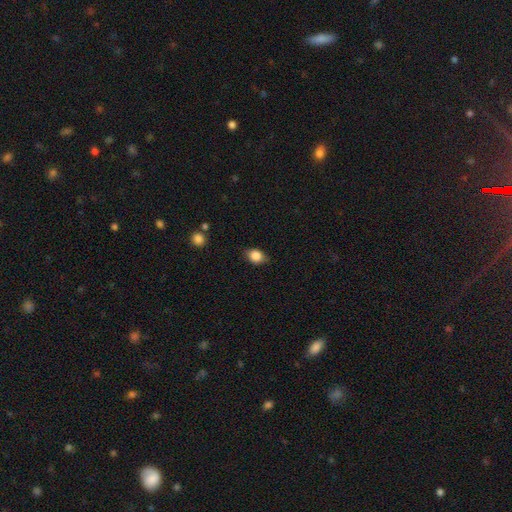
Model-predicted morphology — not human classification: smooth-or-featured: smooth: 85% | star or artifact: 9% | featured or disk: 6%
  how-rounded: in between: 62% | round: 36% | cigar-shaped: 1%
  merging: none: 78% | minor disturbance: 17% | major disturbance: 3% | merger: 1%